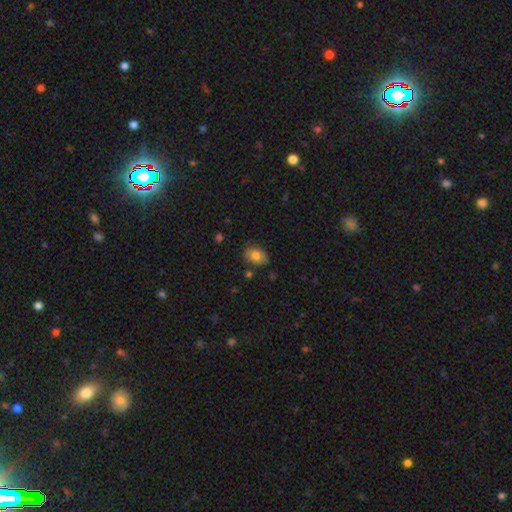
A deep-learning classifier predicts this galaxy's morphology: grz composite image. It shows a smooth galaxy with no disk features (79%) that is in between round and cigar-shaped (75%). Merging: none (77%).